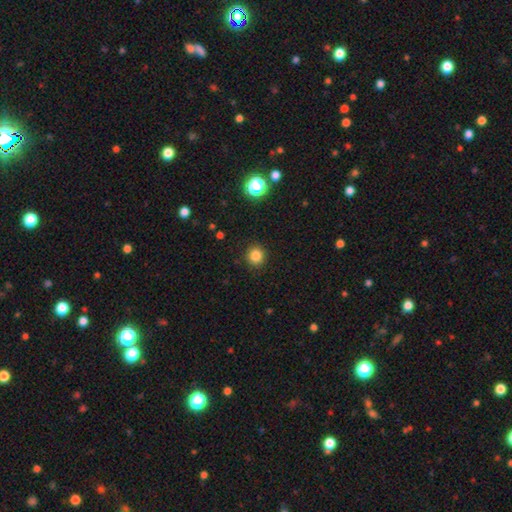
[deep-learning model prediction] Morphology: type=smooth (83%); roundness=round (90%); merging=none (91%).